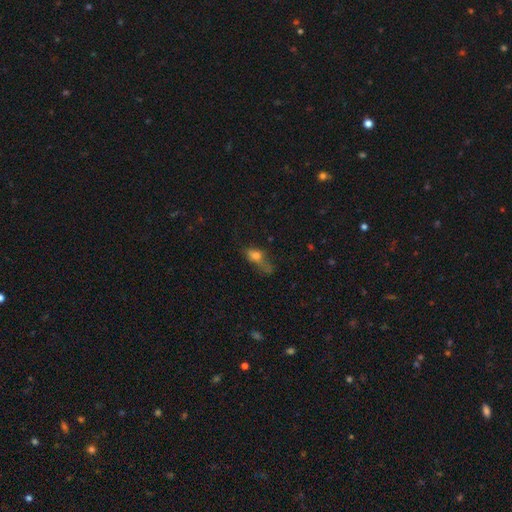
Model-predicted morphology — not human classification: Smooth or featured?
  - smooth: 61% *
  - featured or disk: 22%
  - star or artifact: 17%
How rounded?
  - in between: 62% *
  - round: 19%
  - cigar-shaped: 19%
Merging?
  - major disturbance: 34% *
  - none: 31%
  - minor disturbance: 25%
  - merger: 10%